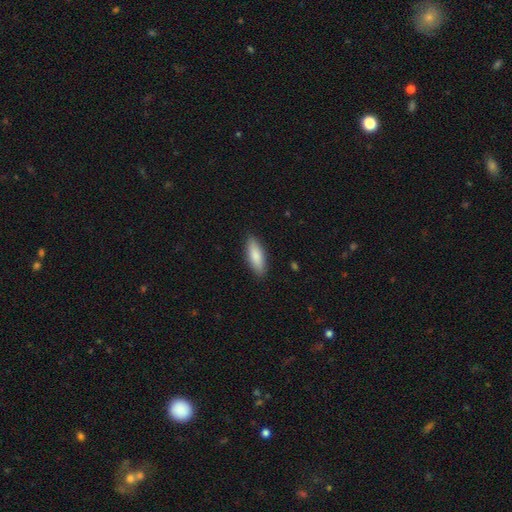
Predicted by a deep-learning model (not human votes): This appears to be a smooth galaxy with no disk features (84%) that is in between round and cigar-shaped (64%). Merging: none (88%).